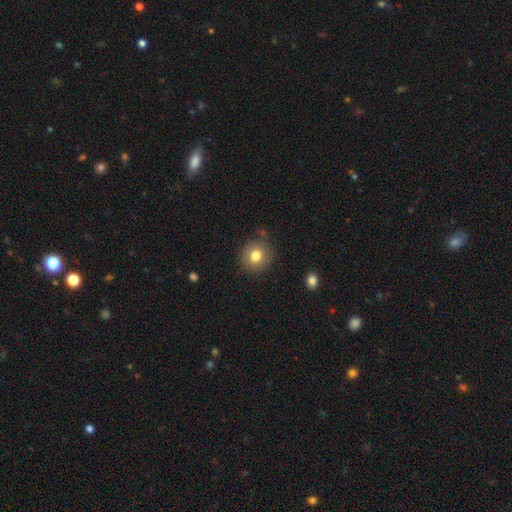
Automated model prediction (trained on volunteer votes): Smooth or featured: smooth — 79% (featured or disk — 11%)
How rounded: round — 89% (in between — 10%)
Merging: none — 82% (minor disturbance — 12%)